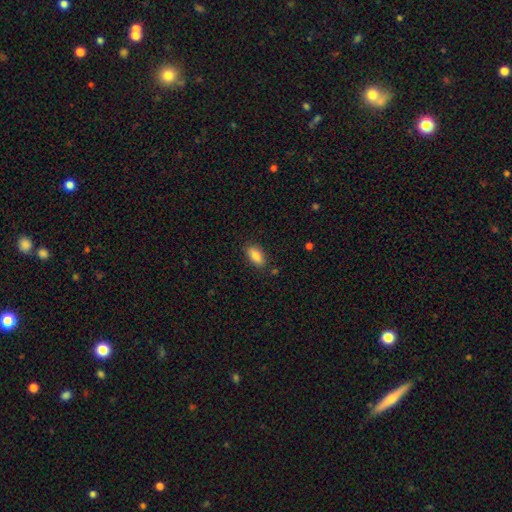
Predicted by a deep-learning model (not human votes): Smooth or featured: smooth — 84% (featured or disk — 8%)
How rounded: in between — 90% (cigar-shaped — 5%)
Merging: none — 84% (minor disturbance — 11%)